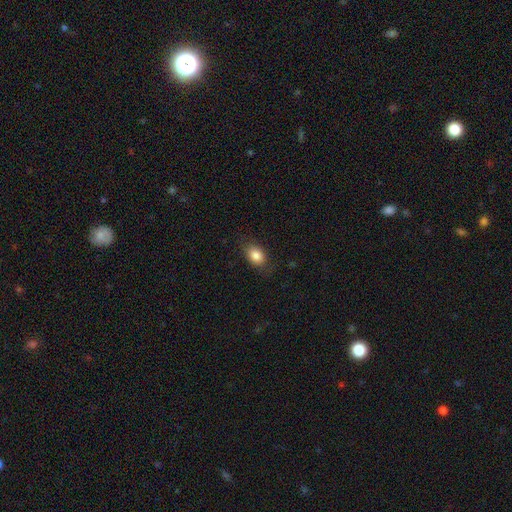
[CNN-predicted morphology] This is clearly a smooth galaxy (84%). How rounded: likely in between (76%). Merging: clearly none (81%).